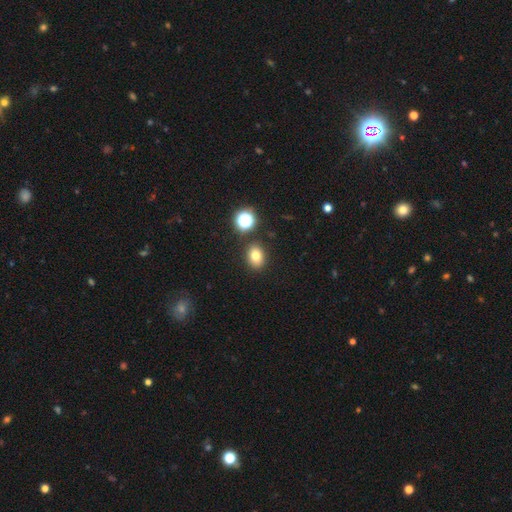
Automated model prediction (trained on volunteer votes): Smooth or featured? Predicted: smooth (p=0.76). How rounded? Predicted: in between (p=0.59). Merging? Predicted: none (p=0.85).